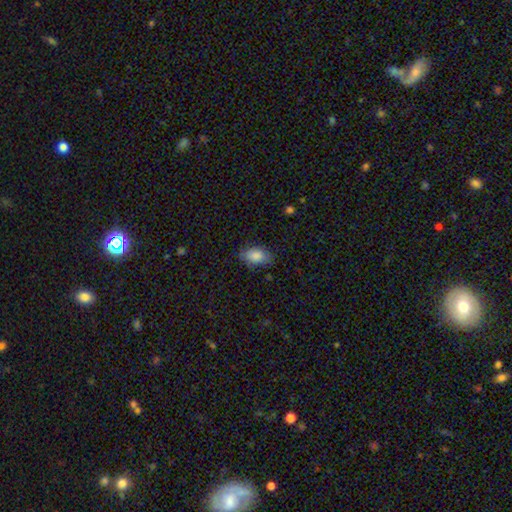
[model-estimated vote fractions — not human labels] Smooth or featured?
  - smooth: 85% *
  - featured or disk: 7%
  - star or artifact: 7%
How rounded?
  - in between: 90% *
  - round: 8%
  - cigar-shaped: 2%
Merging?
  - none: 74% *
  - minor disturbance: 20%
  - major disturbance: 5%
  - merger: 1%